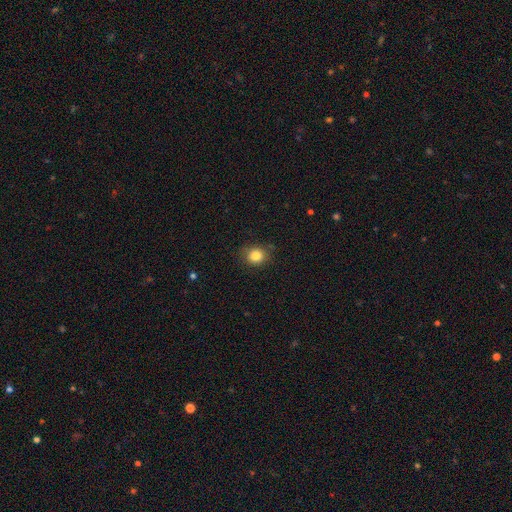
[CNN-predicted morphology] Smooth or featured? Predicted: smooth (p=0.84). How rounded? Predicted: round (p=0.75). Merging? Predicted: none (p=0.82).